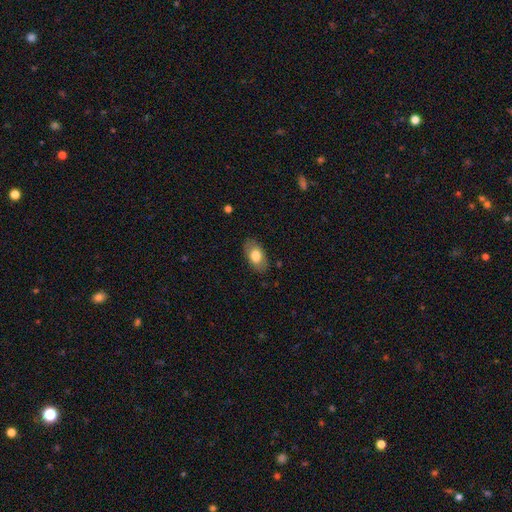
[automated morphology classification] The model was most divided on "smooth or featured": smooth: 76%, featured or disk: 18%, star or artifact: 7%. More confident: how rounded — in between (92%); merging — none (84%).